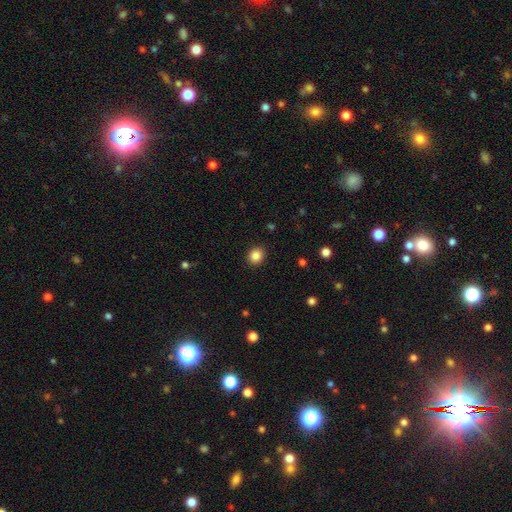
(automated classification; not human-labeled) A smooth galaxy with no disk features (86%) that is round (72%). Merging: none (91%).